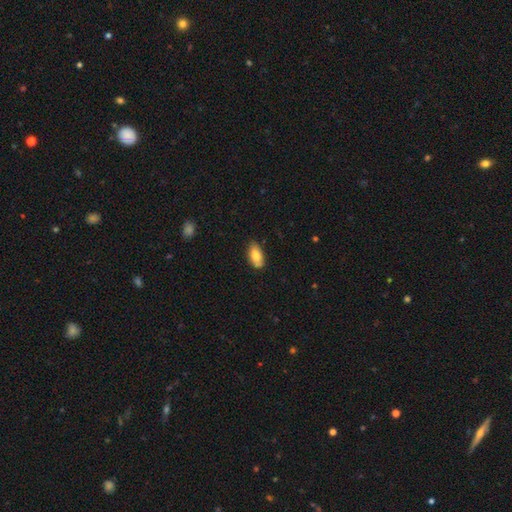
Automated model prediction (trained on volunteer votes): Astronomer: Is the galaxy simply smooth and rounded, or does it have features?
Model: smooth — 79%.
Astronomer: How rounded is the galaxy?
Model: in between — 91%.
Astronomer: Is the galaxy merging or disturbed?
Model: none — 80%.